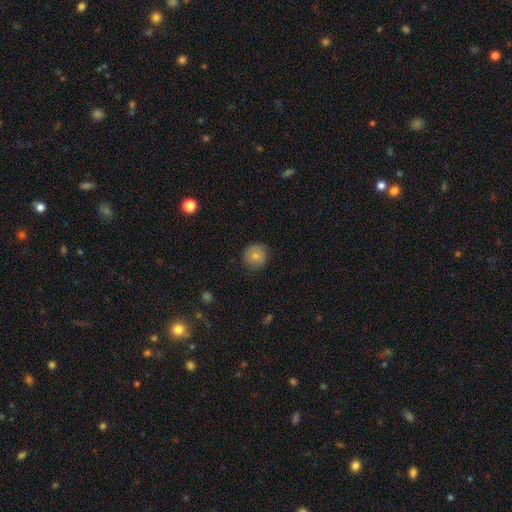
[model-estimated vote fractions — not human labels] smooth-or-featured: smooth: 78% | featured or disk: 14% | star or artifact: 9%
  how-rounded: round: 92% | in between: 7% | cigar-shaped: 1%
  merging: none: 82% | minor disturbance: 14% | major disturbance: 3% | merger: 1%